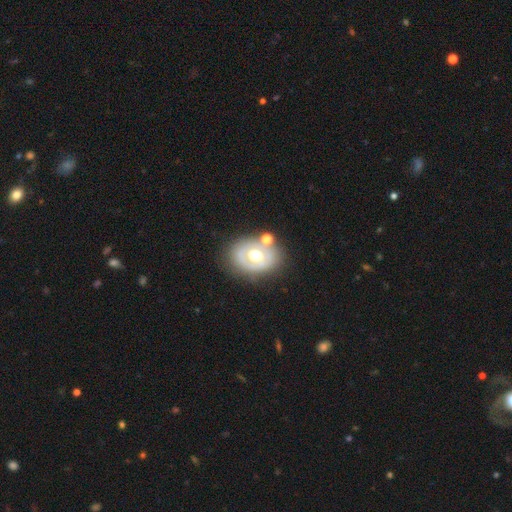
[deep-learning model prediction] Smooth or featured? featured or disk (56%)
Edge-on disk? no (94%)
Bar? no (79%)
Spiral arms? no (84%)
Bulge size? moderate (68%)
Merging? none (67%)